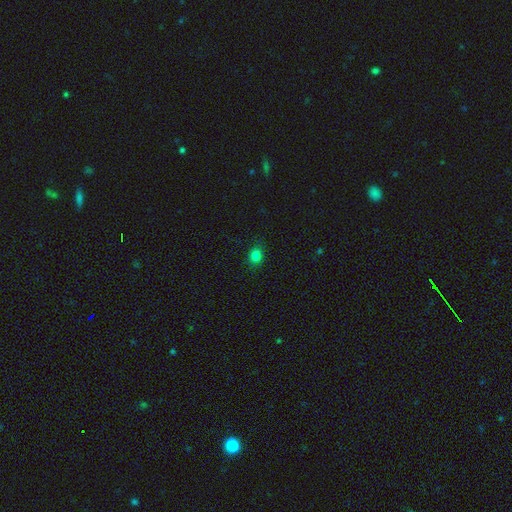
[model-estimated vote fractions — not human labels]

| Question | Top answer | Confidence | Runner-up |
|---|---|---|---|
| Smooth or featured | smooth | 82% | star or artifact (14%) |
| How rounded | round | 60% | in between (39%) |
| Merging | none | 87% | minor disturbance (10%) |